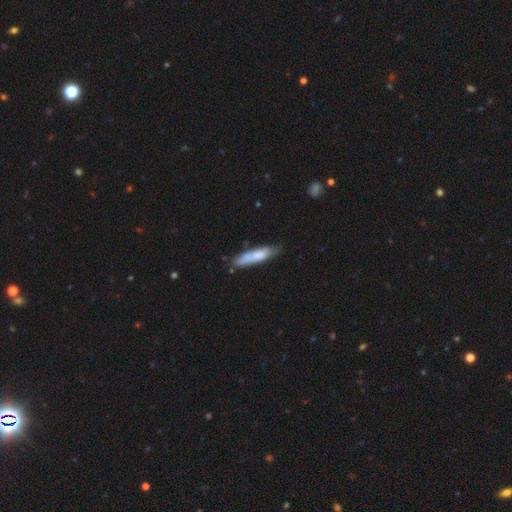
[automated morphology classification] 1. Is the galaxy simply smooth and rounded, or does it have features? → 73% smooth, 21% featured or disk, 6% star or artifact.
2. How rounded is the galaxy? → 81% cigar-shaped, 18% in between, 1% round.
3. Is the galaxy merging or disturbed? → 67% none, 24% minor disturbance, 5% major disturbance, 4% merger.